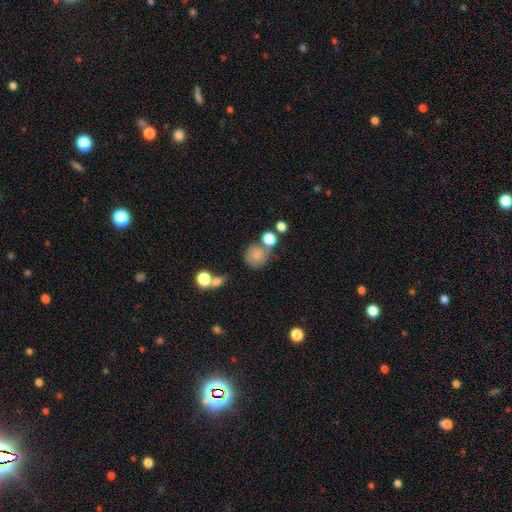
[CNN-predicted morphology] Smooth or featured?
  - smooth: 79% *
  - star or artifact: 11%
  - featured or disk: 10%
How rounded?
  - round: 86% *
  - in between: 13%
  - cigar-shaped: 1%
Merging?
  - none: 59% *
  - merger: 20%
  - minor disturbance: 15%
  - major disturbance: 6%